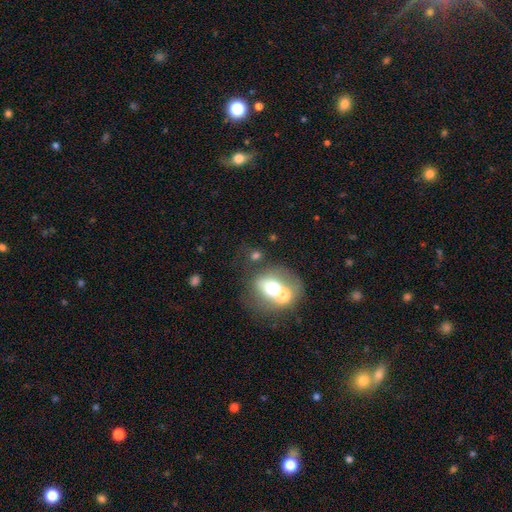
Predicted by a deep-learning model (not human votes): Smooth or featured? smooth (61%)
How rounded? round (64%)
Merging? merger (44%)